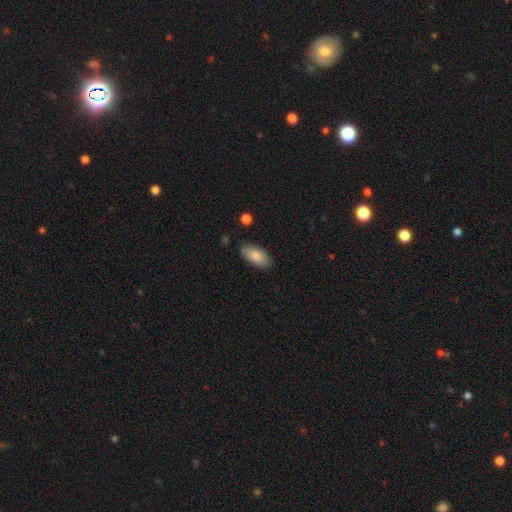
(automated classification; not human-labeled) This is clearly a smooth galaxy (83%). How rounded: clearly in between (93%). Merging: clearly none (82%).